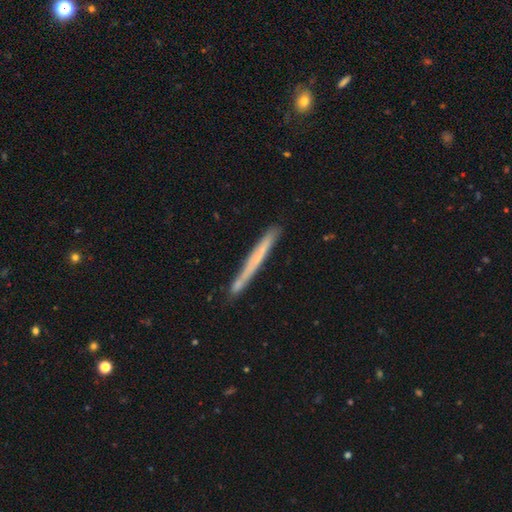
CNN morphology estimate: Smooth or featured: smooth — 51% (featured or disk — 42%)
How rounded: cigar-shaped — 97% (in between — 2%)
Merging: none — 87% (minor disturbance — 10%)